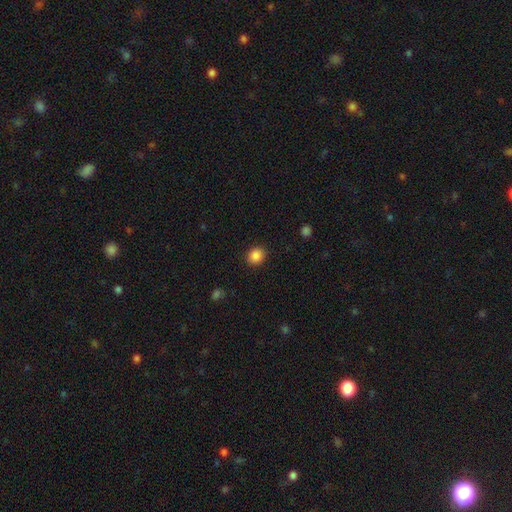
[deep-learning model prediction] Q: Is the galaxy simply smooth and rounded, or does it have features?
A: smooth — 87%.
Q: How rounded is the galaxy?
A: round — 74%.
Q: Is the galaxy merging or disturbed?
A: none — 90%.